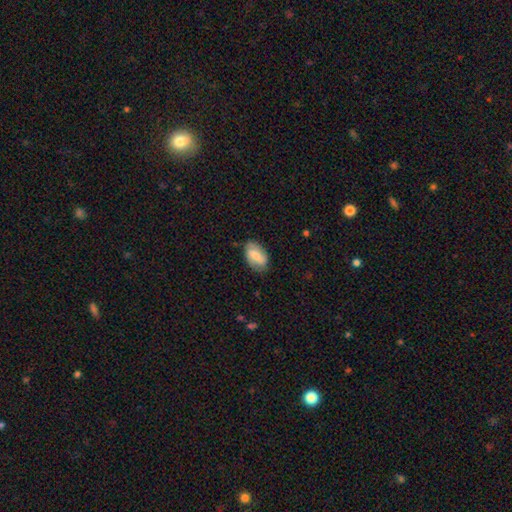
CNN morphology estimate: smooth 62%, featured or disk 31%, star or artifact 7%. Down the decision tree: how rounded — in between (92%); merging — none (72%).